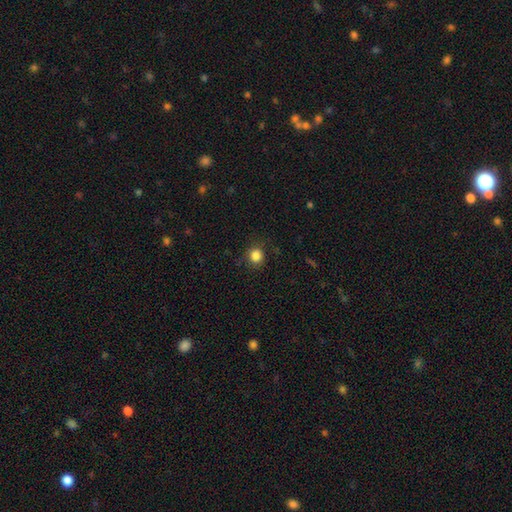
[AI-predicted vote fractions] Smooth or featured: smooth — 85% (star or artifact — 11%)
How rounded: round — 88% (in between — 11%)
Merging: none — 86% (minor disturbance — 10%)